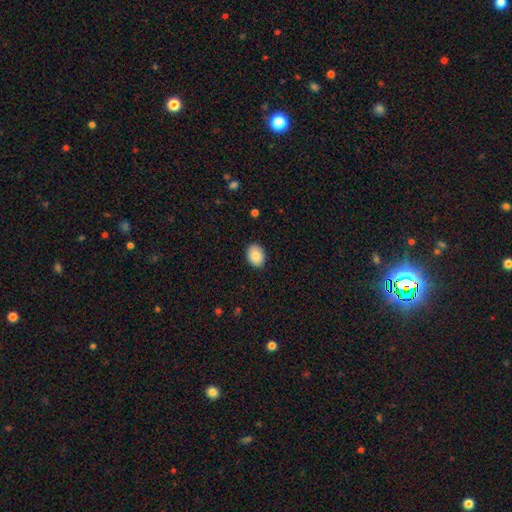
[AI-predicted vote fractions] The model was most divided on "how rounded": in between: 69%, round: 30%, cigar-shaped: 1%. More confident: merging — none (89%); smooth or featured — smooth (88%).